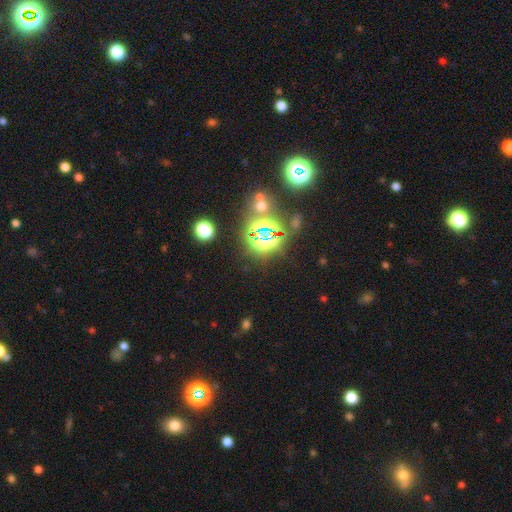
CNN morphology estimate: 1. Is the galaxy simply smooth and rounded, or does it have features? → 75% star or artifact, 19% smooth, 6% featured or disk.